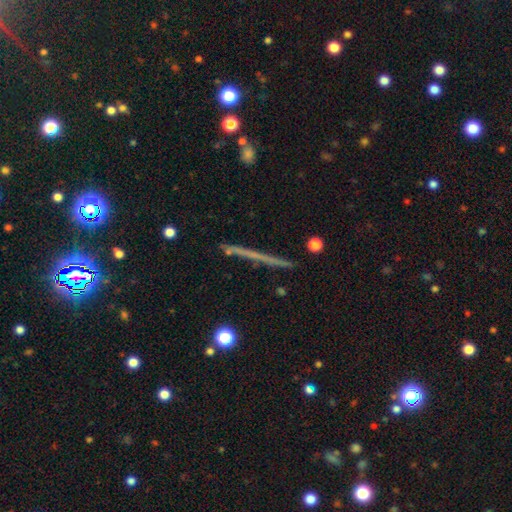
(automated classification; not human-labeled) The model was most divided on "smooth or featured": featured or disk: 58%, smooth: 28%, star or artifact: 14%. More confident: edge-on disk — yes (96%); merging — none (88%); edge-on bulge — none (80%).